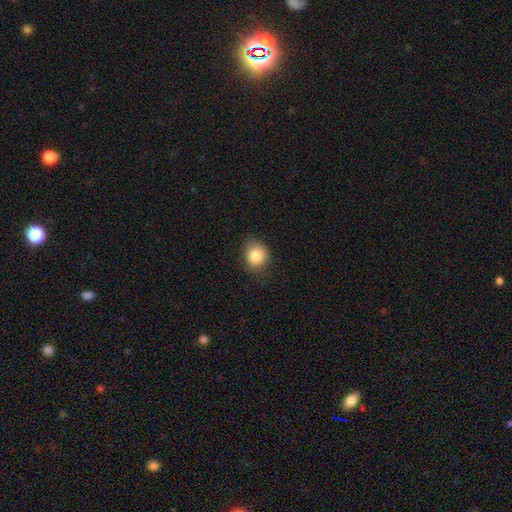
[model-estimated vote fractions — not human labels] Overall: smooth (83%). How rounded: round (67%; in between 32%). Merging: none (73%).